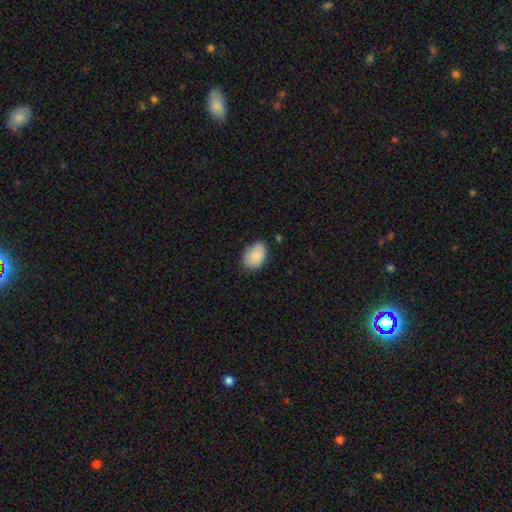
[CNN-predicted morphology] The model was most divided on "merging": none: 75%, minor disturbance: 20%, major disturbance: 3%, merger: 2%. More confident: smooth or featured — smooth (82%); how rounded — in between (79%).